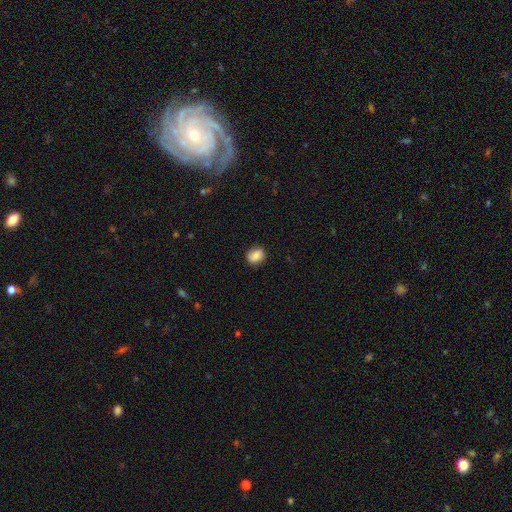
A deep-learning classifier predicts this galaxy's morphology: smooth_or_featured: smooth (p=0.81) [alt: featured or disk p=0.10]
how_rounded: round (p=0.56) [alt: in between p=0.43]
merging: none (p=0.84) [alt: minor disturbance p=0.12]